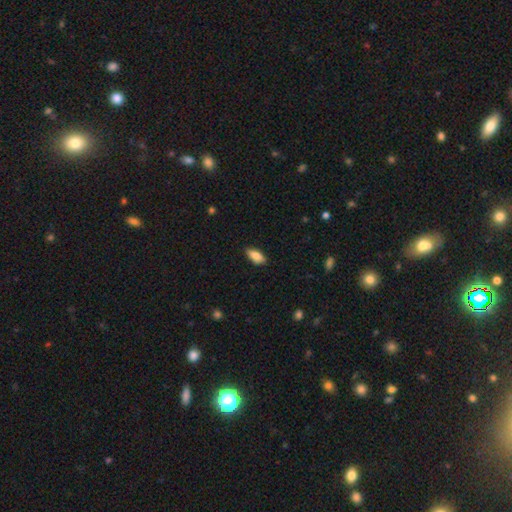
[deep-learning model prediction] smooth_or_featured: smooth (p=0.83) [alt: featured or disk p=0.11]
how_rounded: in between (p=0.85) [alt: cigar-shaped p=0.12]
merging: none (p=0.84) [alt: minor disturbance p=0.13]